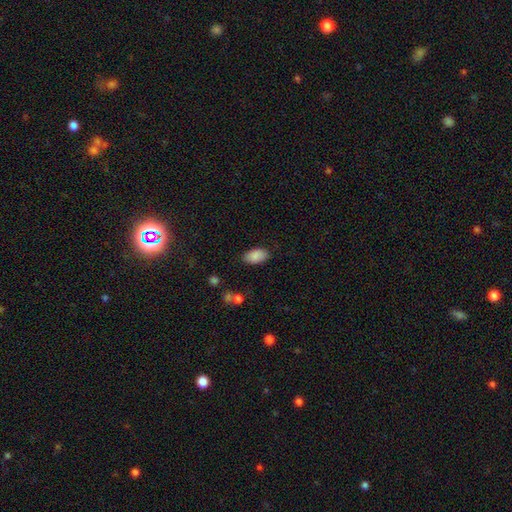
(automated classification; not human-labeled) This appears to be a smooth galaxy with no disk features (89%) that is in between round and cigar-shaped (94%). Merging: none (85%).